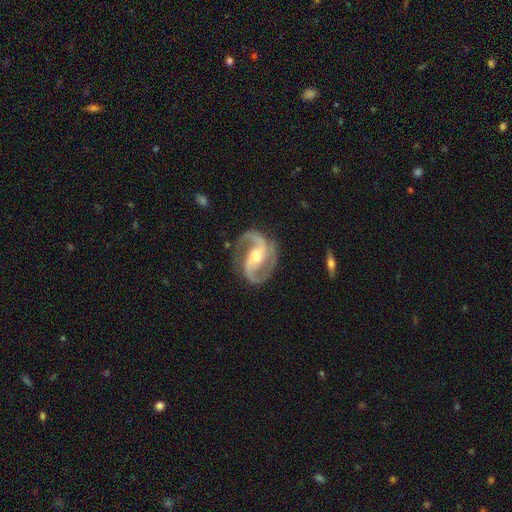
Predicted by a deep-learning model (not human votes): smooth-or-featured: featured or disk: 93% | star or artifact: 4% | smooth: 3%
  disk-edge-on: no: 98% | yes: 2%
    bar: weak: 40% | strong: 31% | no: 29%
    has-spiral-arms: yes: 98% | no: 2%
      spiral-winding: medium: 62% | loose: 20% | tight: 18%
      spiral-arm-count: 2: 91% | 3: 4% | can't tell: 2% | 1: 1% | 4: 1% | more than 4: 1%
    bulge-size: moderate: 66% | small: 28% | large: 4% | none: 1% | dominant: 1%
  merging: none: 79% | minor disturbance: 14% | major disturbance: 5% | merger: 1%